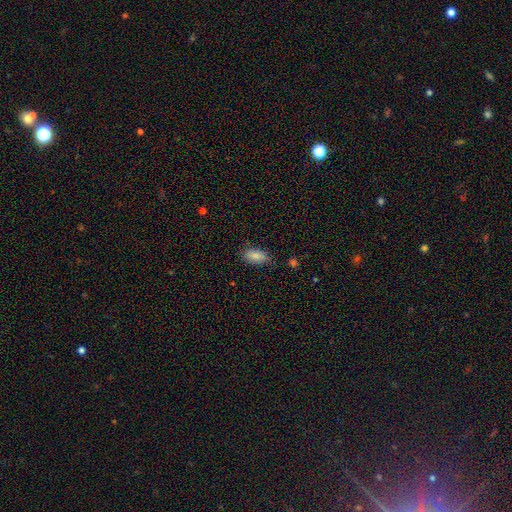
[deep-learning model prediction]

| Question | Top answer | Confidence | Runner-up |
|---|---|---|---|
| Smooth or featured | smooth | 86% | star or artifact (7%) |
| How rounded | in between | 91% | cigar-shaped (6%) |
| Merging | none | 71% | minor disturbance (23%) |